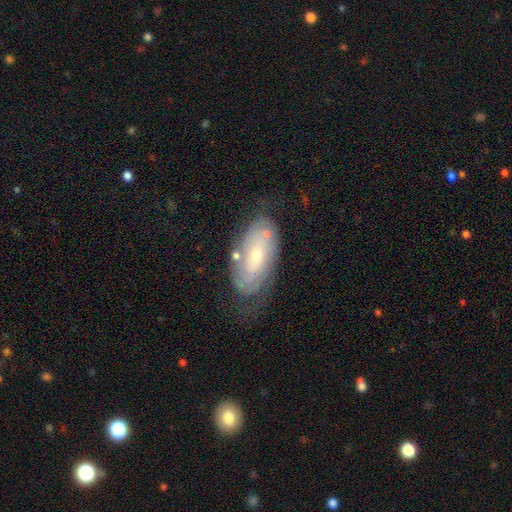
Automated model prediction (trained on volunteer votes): This is likely a featured or disk galaxy (70%). It is clearly not viewed edge-on (92%). Bar: likely no (72%). Spiral arm pattern: clearly yes (84%). Spiral arm count: possibly can't tell (51%). Spiral winding: likely tight (68%). Central bulge: likely small (69%). Merging: possibly none (57%).